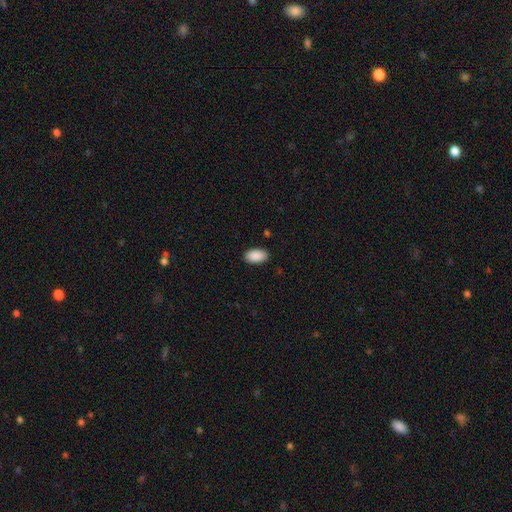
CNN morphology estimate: smooth-or-featured: smooth: 91% | star or artifact: 6% | featured or disk: 3%
  how-rounded: in between: 95% | round: 3% | cigar-shaped: 2%
  merging: none: 89% | minor disturbance: 8% | major disturbance: 2% | merger: 1%